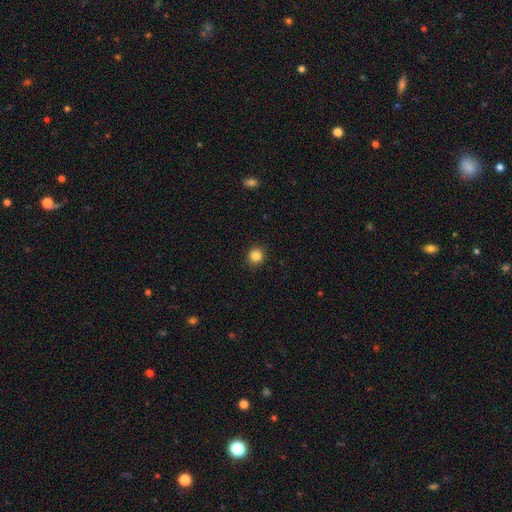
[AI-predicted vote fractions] This is clearly a smooth galaxy (85%). How rounded: clearly round (91%). Merging: clearly none (91%).